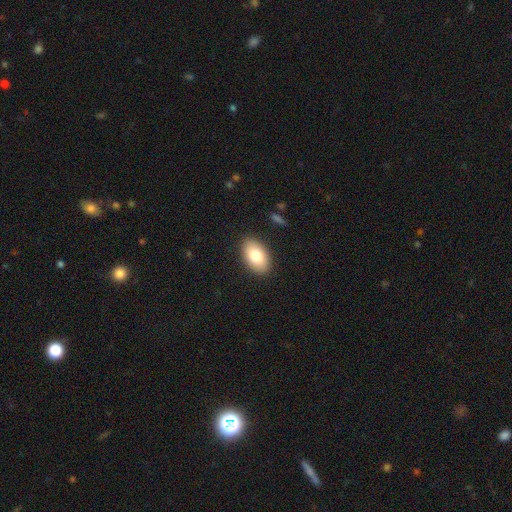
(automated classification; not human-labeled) Q: Smooth or featured?
A: smooth (80%); runner-up: featured or disk (13%)
Q: How rounded?
A: in between (93%); runner-up: round (6%)
Q: Merging?
A: none (89%); runner-up: minor disturbance (8%)